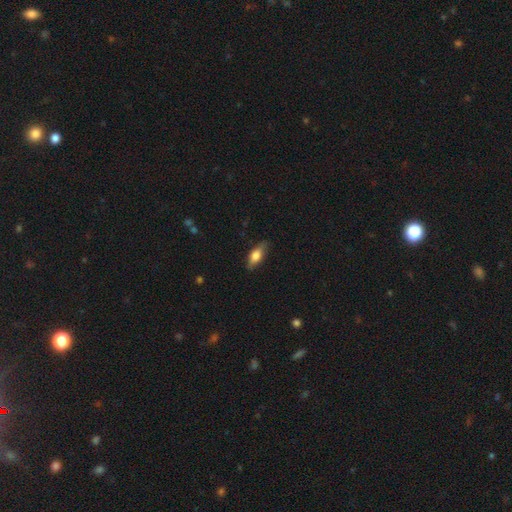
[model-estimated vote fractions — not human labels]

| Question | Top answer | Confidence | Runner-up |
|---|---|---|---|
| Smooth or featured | smooth | 69% | featured or disk (24%) |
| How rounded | in between | 78% | cigar-shaped (18%) |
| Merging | none | 79% | minor disturbance (16%) |